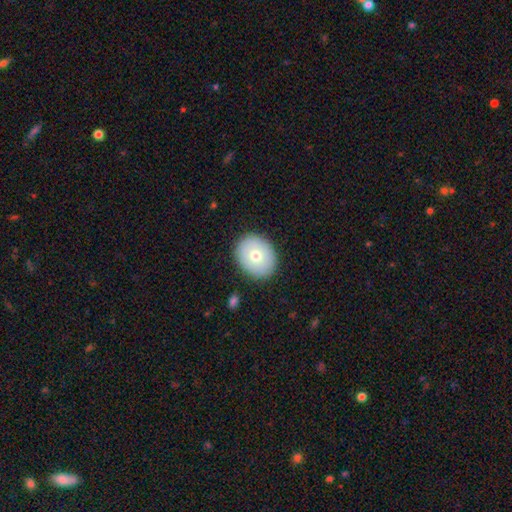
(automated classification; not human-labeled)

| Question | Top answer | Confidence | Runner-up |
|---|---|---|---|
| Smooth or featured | smooth | 72% | featured or disk (20%) |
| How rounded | round | 52% | in between (48%) |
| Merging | none | 88% | minor disturbance (8%) |